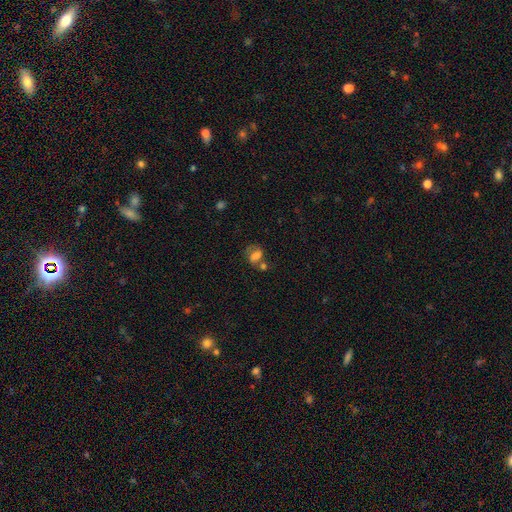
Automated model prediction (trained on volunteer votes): Morphology: type=smooth (64%); roundness=in between (72%); merging=none (36%).